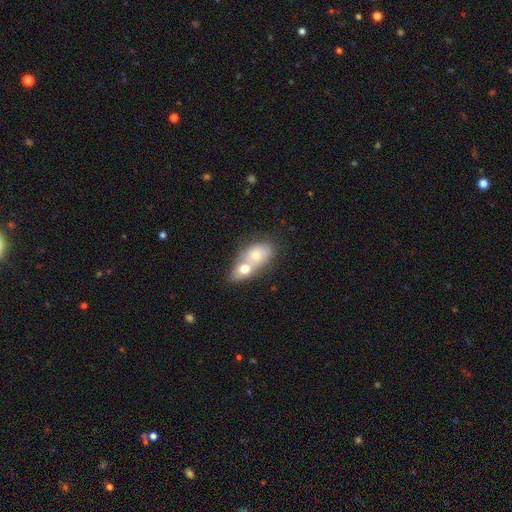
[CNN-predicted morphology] smooth_or_featured: smooth (p=0.63) [alt: featured or disk p=0.29]
how_rounded: in between (p=0.70) [alt: round p=0.26]
merging: merger (p=0.72) [alt: none p=0.18]